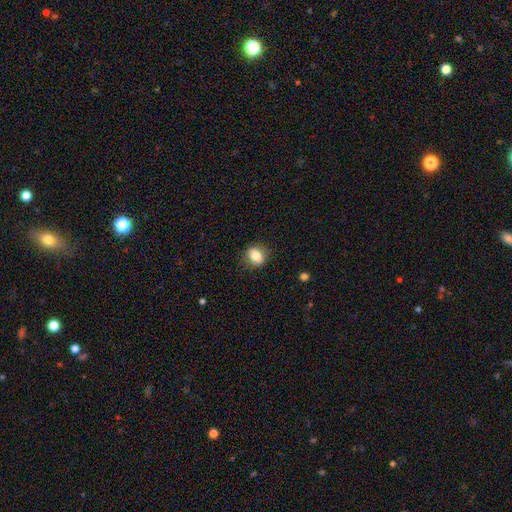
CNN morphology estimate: A smooth galaxy with no disk features (75%) that is in between round and cigar-shaped (51%).

Vote fractions:
- Smooth or featured? smooth: 75% / featured or disk: 15% / star or artifact: 9%
- How rounded? in between: 51% / round: 46% / cigar-shaped: 2%
- Merging? none: 83% / minor disturbance: 13% / major disturbance: 3% / merger: 1%